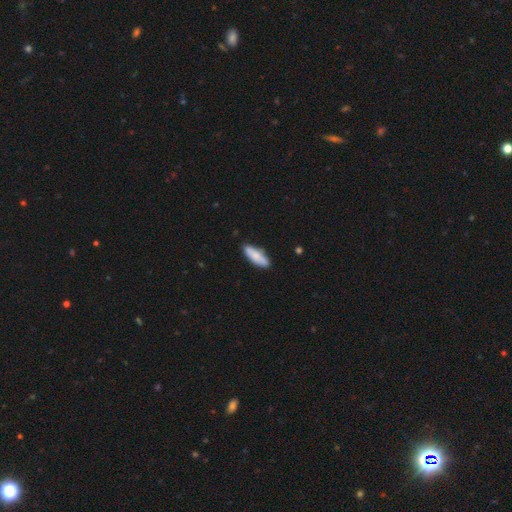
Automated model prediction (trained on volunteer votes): smooth_or_featured: smooth (p=0.79) [alt: featured or disk p=0.16]
how_rounded: in between (p=0.55) [alt: cigar-shaped p=0.43]
merging: none (p=0.83) [alt: minor disturbance p=0.13]